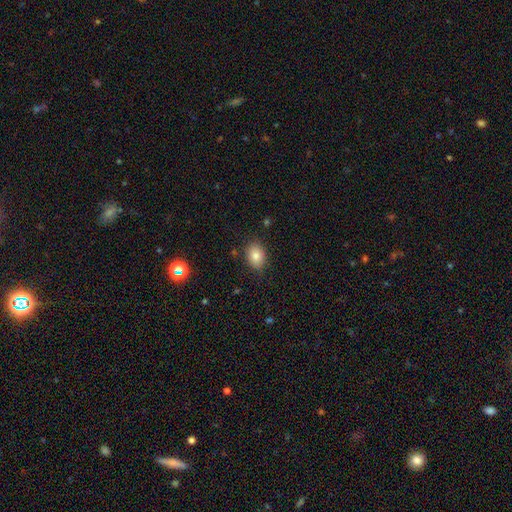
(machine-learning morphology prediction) This appears to be a smooth galaxy with no disk features (82%) that is in between round and cigar-shaped (73%). Merging: none (83%).